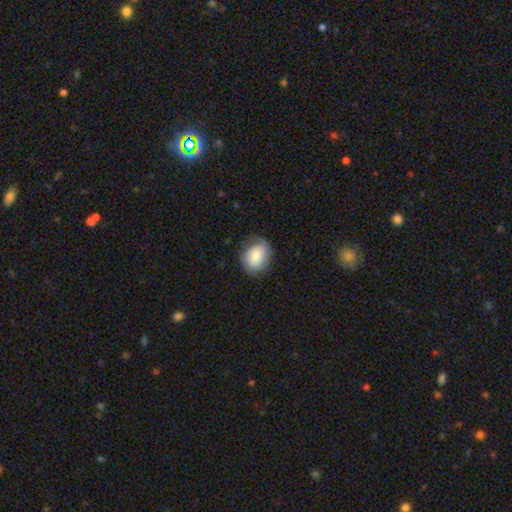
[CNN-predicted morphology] type=smooth (71%); roundness=round (50%); merging=none (72%).